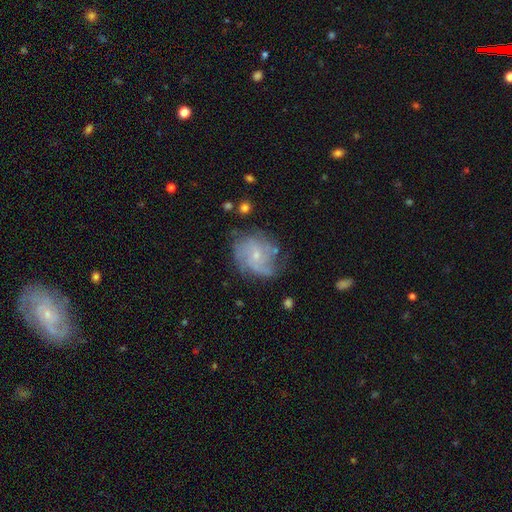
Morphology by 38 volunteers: This is clearly a featured or disk galaxy (84%). It is clearly not viewed edge-on (97%). Bar: likely no (71%). Spiral arm pattern: clearly yes (97%). Spiral arm count: marginally 3 (40%). Spiral winding: possibly tight (57%). Central bulge: clearly small (81%). Merging: likely none (66%).